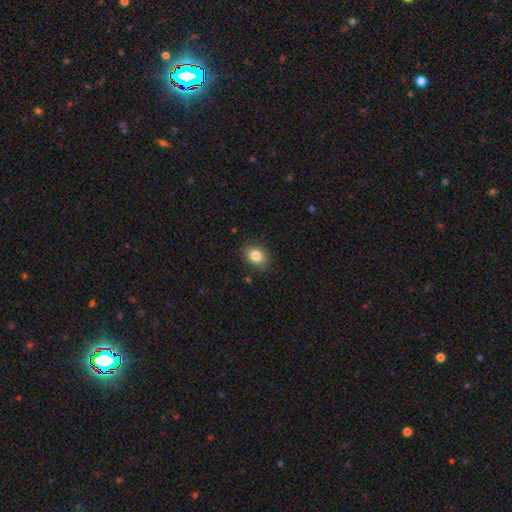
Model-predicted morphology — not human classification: The model was most divided on "how rounded": in between: 64%, round: 35%, cigar-shaped: 1%. More confident: merging — none (86%); smooth or featured — smooth (83%).